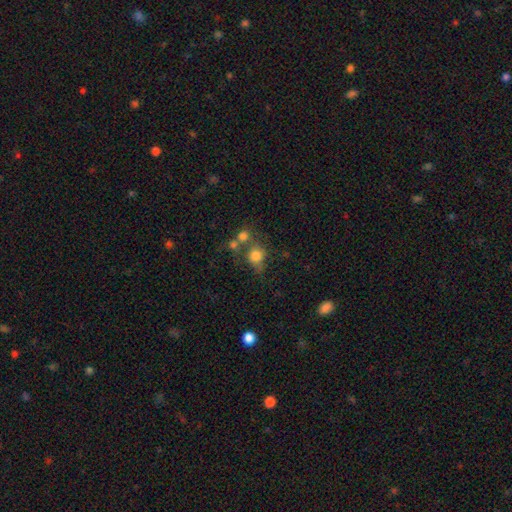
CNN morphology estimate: This appears to be a smooth galaxy with no disk features (76%) that is round (78%). Merging: none (46%).